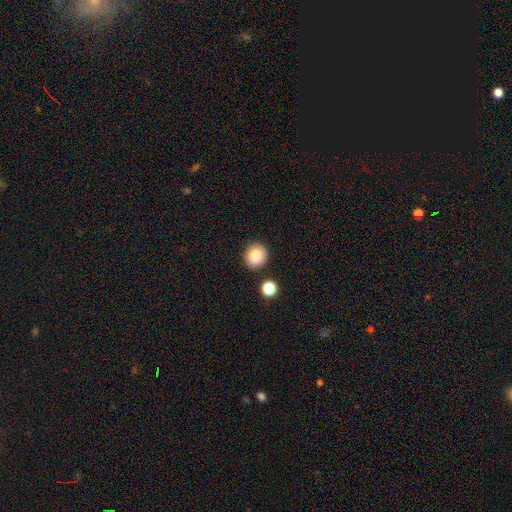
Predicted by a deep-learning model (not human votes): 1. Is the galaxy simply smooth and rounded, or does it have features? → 85% smooth, 10% star or artifact, 6% featured or disk.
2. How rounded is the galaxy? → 85% round, 14% in between, 1% cigar-shaped.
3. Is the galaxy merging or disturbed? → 85% none, 8% minor disturbance, 4% merger, 2% major disturbance.